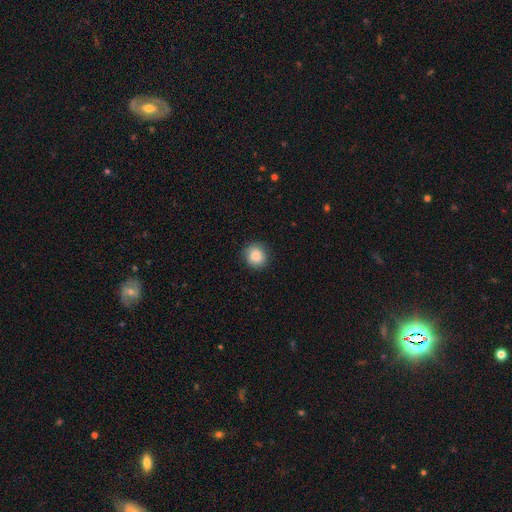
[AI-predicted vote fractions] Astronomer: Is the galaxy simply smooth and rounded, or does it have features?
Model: smooth — 86%.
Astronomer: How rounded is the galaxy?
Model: round — 87%.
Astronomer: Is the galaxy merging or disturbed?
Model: none — 89%.